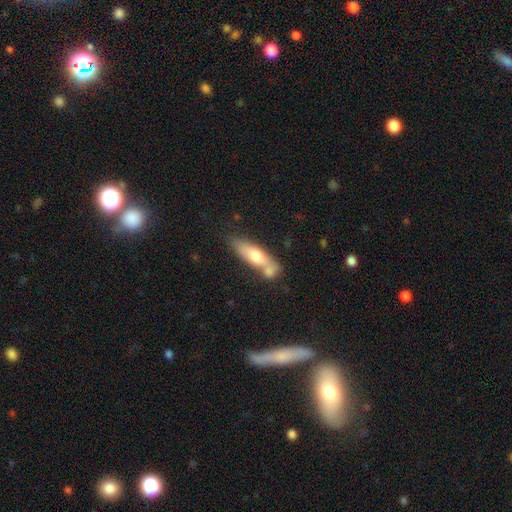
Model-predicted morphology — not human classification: type=smooth (62%); roundness=cigar-shaped (51%); merging=none (47%).